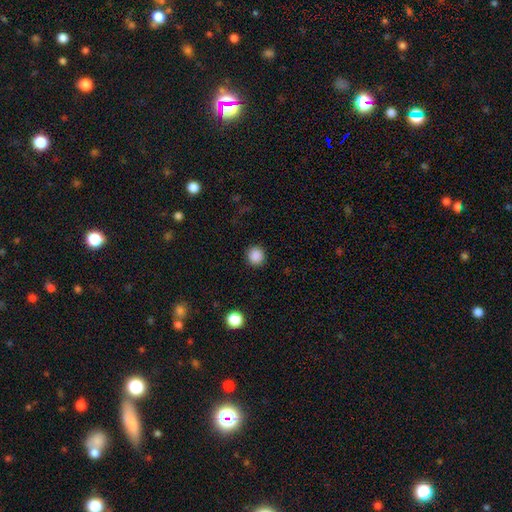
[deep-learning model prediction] Smooth or featured?
  - smooth: 88% *
  - star or artifact: 10%
  - featured or disk: 3%
How rounded?
  - round: 93% *
  - in between: 7%
  - cigar-shaped: 1%
Merging?
  - none: 92% *
  - minor disturbance: 5%
  - major disturbance: 2%
  - merger: 1%